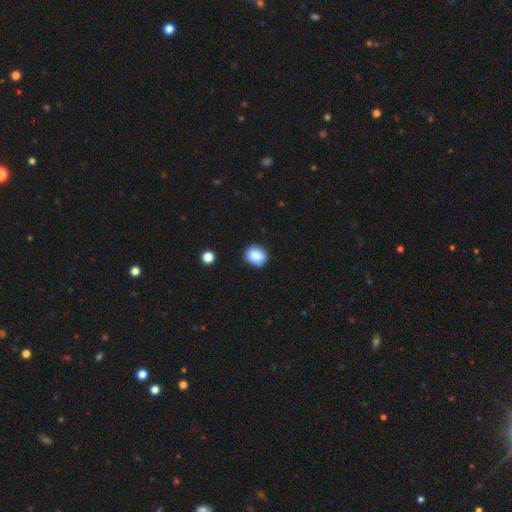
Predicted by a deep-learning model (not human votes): smooth_or_featured: smooth (p=0.84) [alt: star or artifact p=0.09]
how_rounded: round (p=0.60) [alt: in between p=0.39]
merging: none (p=0.77) [alt: minor disturbance p=0.17]